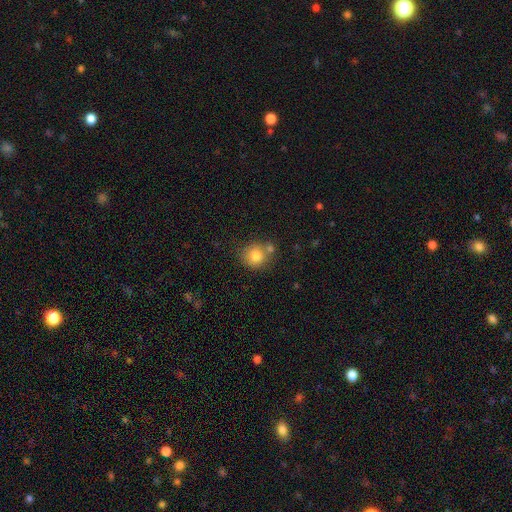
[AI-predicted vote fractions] Smooth or featured: smooth — 80% (star or artifact — 10%)
How rounded: round — 87% (in between — 12%)
Merging: none — 62% (merger — 21%)